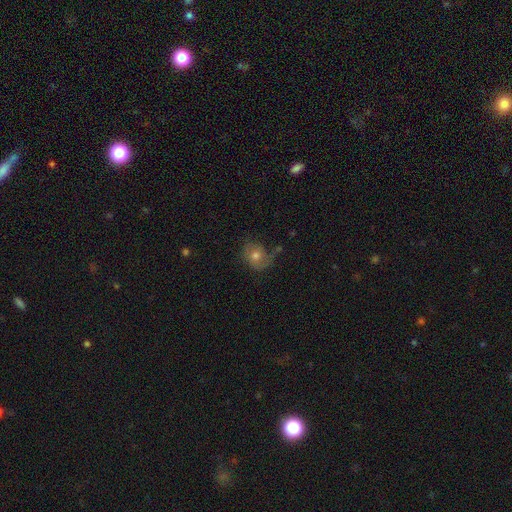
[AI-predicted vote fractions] Smooth or featured: smooth — 50% (featured or disk — 37%)
How rounded: round — 69% (in between — 30%)
Merging: none — 54% (minor disturbance — 25%)